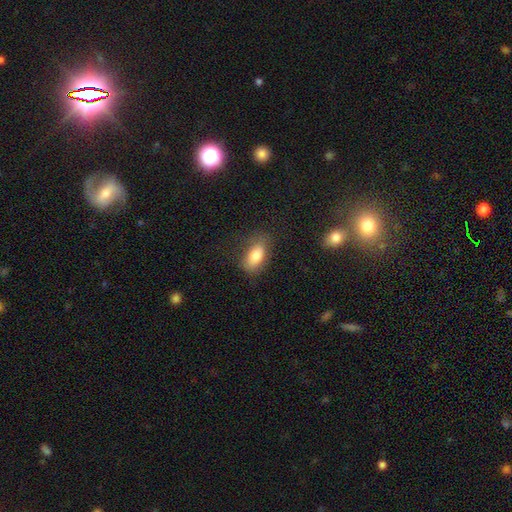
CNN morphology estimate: Smooth or featured?
  - smooth: 80% *
  - featured or disk: 12%
  - star or artifact: 8%
How rounded?
  - in between: 88% *
  - round: 7%
  - cigar-shaped: 5%
Merging?
  - none: 72% *
  - minor disturbance: 19%
  - major disturbance: 7%
  - merger: 2%